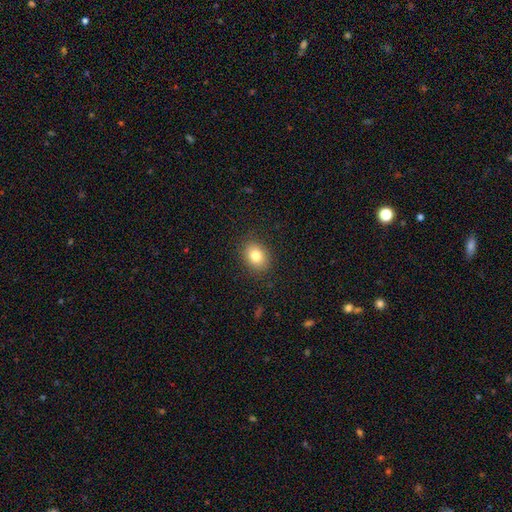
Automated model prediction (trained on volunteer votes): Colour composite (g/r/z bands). It shows a smooth galaxy with no disk features (82%) that is in between round and cigar-shaped (60%). Merging: none (87%).